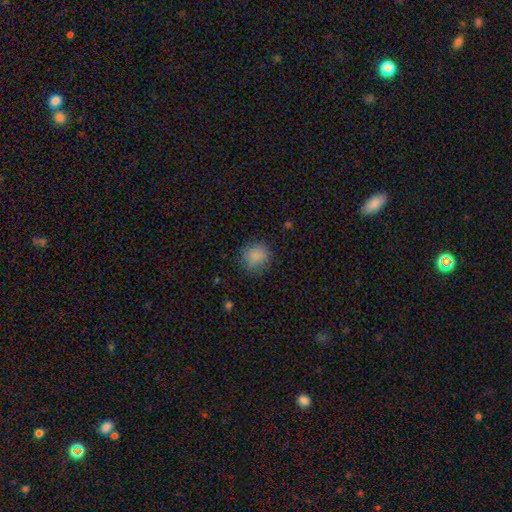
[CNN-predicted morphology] Smooth or featured?
  - smooth: 85% *
  - star or artifact: 10%
  - featured or disk: 5%
How rounded?
  - round: 82% *
  - in between: 17%
  - cigar-shaped: 1%
Merging?
  - none: 81% *
  - minor disturbance: 14%
  - major disturbance: 4%
  - merger: 1%